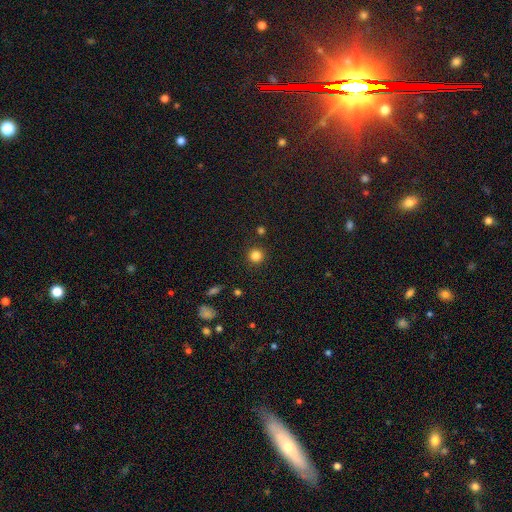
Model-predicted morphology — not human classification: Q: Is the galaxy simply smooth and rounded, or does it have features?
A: smooth — 84%.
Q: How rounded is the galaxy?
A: round — 95%.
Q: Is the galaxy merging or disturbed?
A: none — 90%.